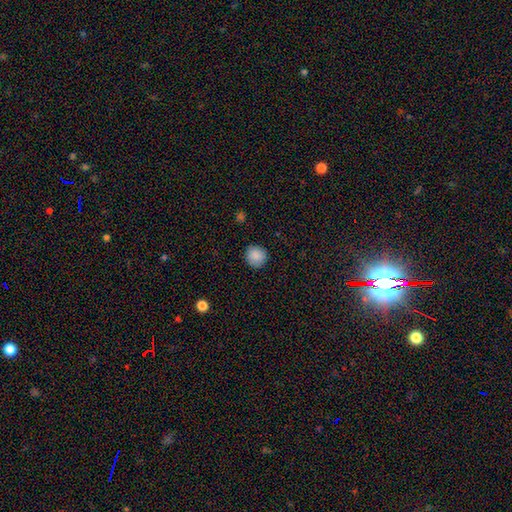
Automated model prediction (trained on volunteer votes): Morphology: type=smooth (88%); roundness=round (93%); merging=none (90%).